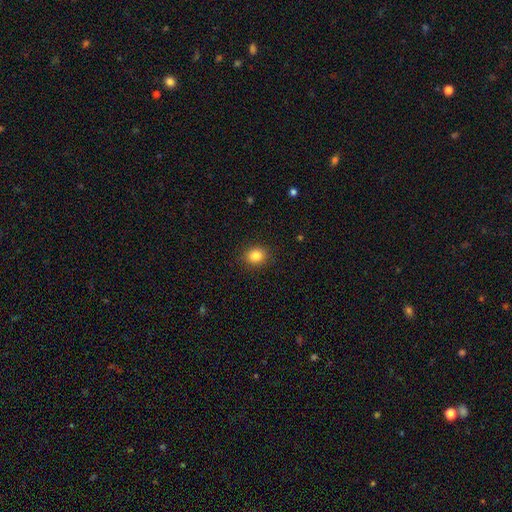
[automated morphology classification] A smooth galaxy with no disk features (84%) that is round (62%).

Vote fractions:
- Smooth or featured? smooth: 84% / star or artifact: 10% / featured or disk: 5%
- How rounded? round: 62% / in between: 38% / cigar-shaped: 1%
- Merging? none: 89% / minor disturbance: 8% / major disturbance: 2% / merger: 1%